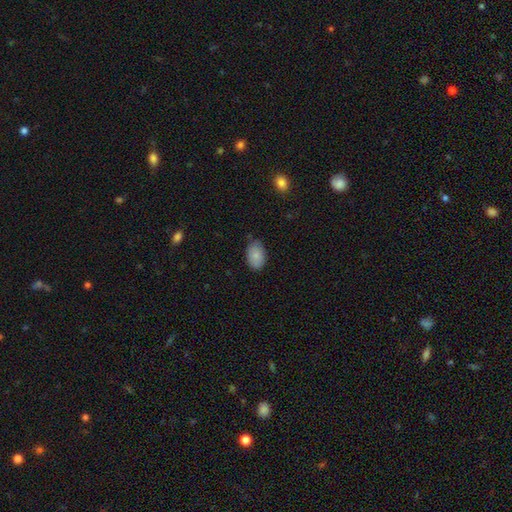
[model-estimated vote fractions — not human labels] Q: Smooth or featured?
A: smooth (85%); runner-up: featured or disk (8%)
Q: How rounded?
A: in between (90%); runner-up: round (9%)
Q: Merging?
A: none (74%); runner-up: minor disturbance (22%)